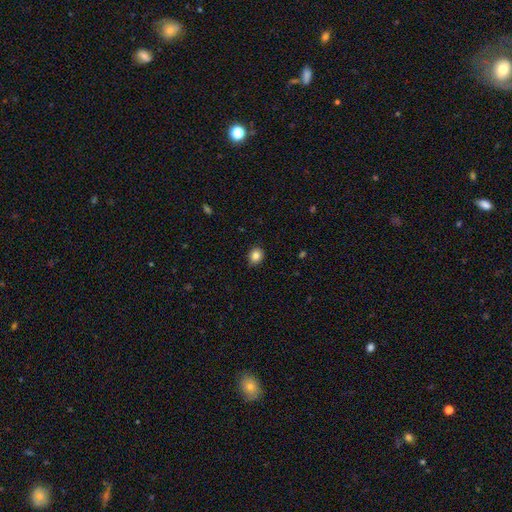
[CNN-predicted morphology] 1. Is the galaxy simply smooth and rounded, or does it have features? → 84% smooth, 10% star or artifact, 6% featured or disk.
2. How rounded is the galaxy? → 65% round, 34% in between, 1% cigar-shaped.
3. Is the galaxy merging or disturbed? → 85% none, 12% minor disturbance, 2% major disturbance, 1% merger.